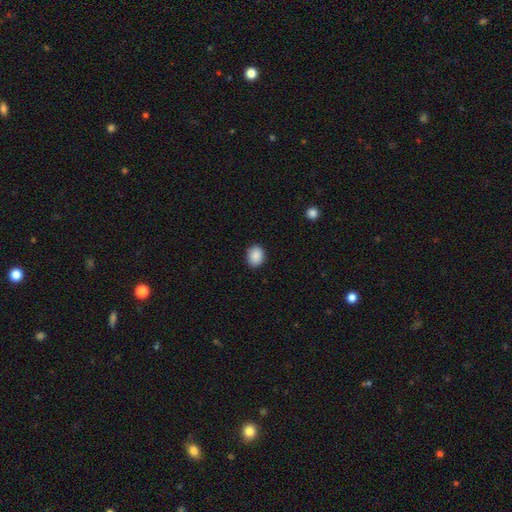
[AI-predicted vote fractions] Smooth or featured? Predicted: smooth (p=0.89). How rounded? Predicted: round (p=0.53). Merging? Predicted: none (p=0.89).